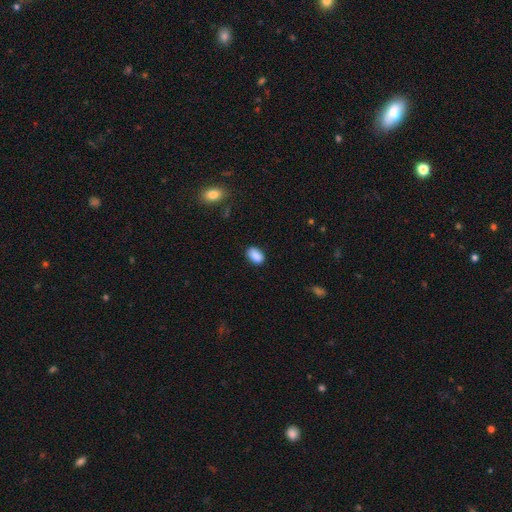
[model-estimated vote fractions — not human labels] Overall: smooth (88%). How rounded: in between (89%). Merging: none (82%).